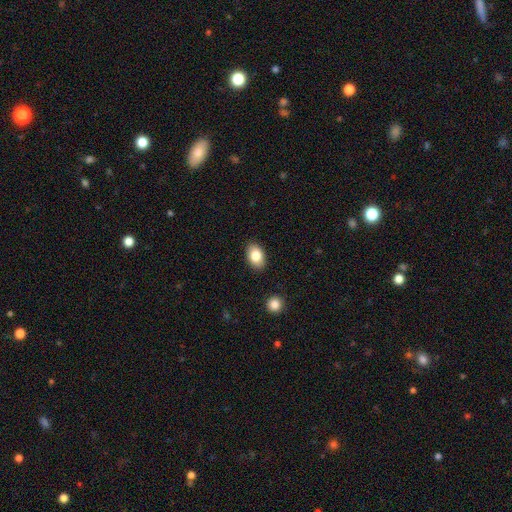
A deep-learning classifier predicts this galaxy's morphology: Smooth or featured: smooth — 83% (featured or disk — 9%)
How rounded: in between — 88% (round — 11%)
Merging: none — 88% (minor disturbance — 8%)